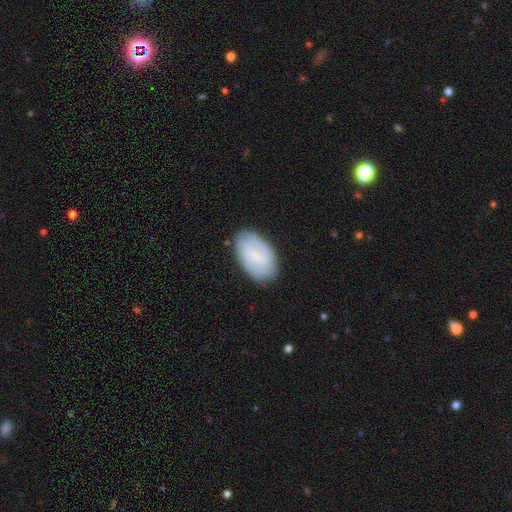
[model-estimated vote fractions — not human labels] featured or disk 57%, smooth 36%, star or artifact 7%. Down the decision tree: edge-on disk — no (95%); bar — weak (50%); spiral arms — yes (77%); bulge size — small (52%); merging — none (80%).